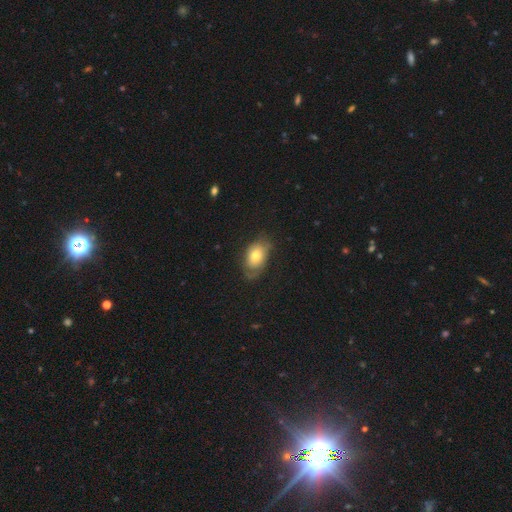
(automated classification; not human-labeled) A smooth galaxy with no disk features (66%) that is in between round and cigar-shaped (83%).

Vote fractions:
- Smooth or featured? smooth: 66% / featured or disk: 26% / star or artifact: 8%
- How rounded? in between: 83% / round: 15% / cigar-shaped: 2%
- Merging? none: 57% / minor disturbance: 29% / major disturbance: 12% / merger: 2%